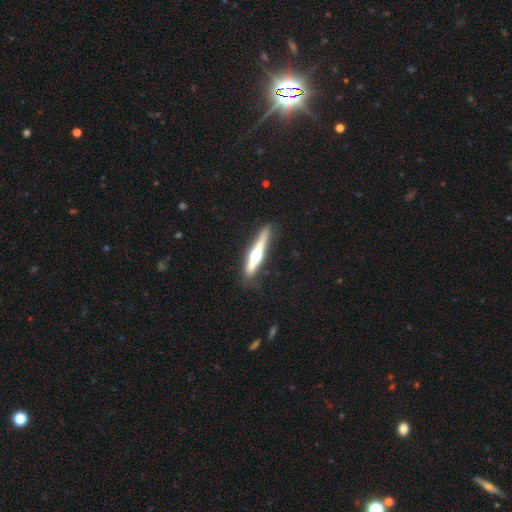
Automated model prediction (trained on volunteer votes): Smooth or featured? featured or disk (68%)
Edge-on disk? yes (97%)
Edge-on bulge? rounded (92%)
Merging? none (86%)